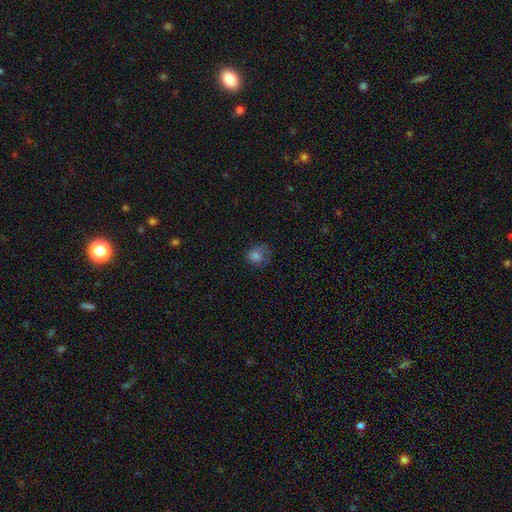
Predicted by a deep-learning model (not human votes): Overall: smooth (76%). How rounded: round (72%). Merging: none (55%; minor disturbance 26%).